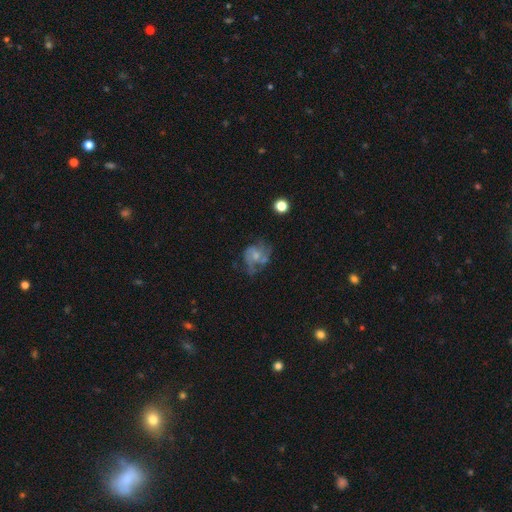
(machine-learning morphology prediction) A featured or disk galaxy (65%) with no bar (74%), spiral arms (77%) and a small central bulge (44%).

Vote fractions:
- Smooth or featured? featured or disk: 65% / smooth: 26% / star or artifact: 10%
- Edge-on disk? no: 98% / yes: 2%
- Bar? no: 74% / weak: 23% / strong: 3%
- Spiral arms? yes: 77% / no: 23%
- Bulge size? small: 44% / moderate: 34% / none: 17% / large: 4% / dominant: 1%
- Merging? none: 44% / major disturbance: 27% / minor disturbance: 25% / merger: 4%